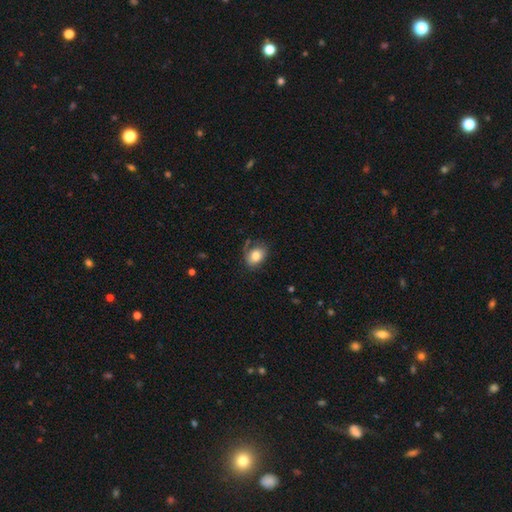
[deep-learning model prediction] Q: Smooth or featured?
A: smooth (81%); runner-up: featured or disk (11%)
Q: How rounded?
A: in between (73%); runner-up: round (26%)
Q: Merging?
A: none (63%); runner-up: minor disturbance (24%)